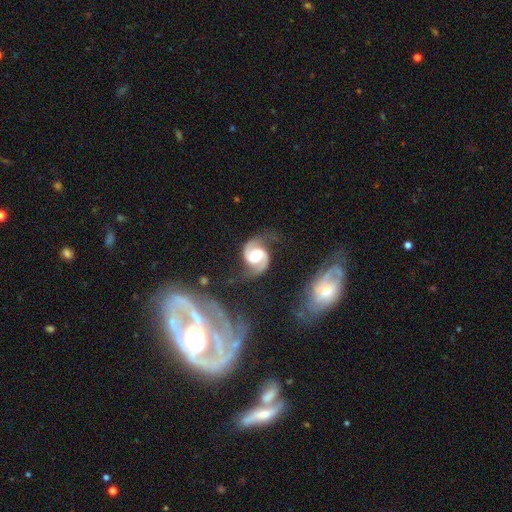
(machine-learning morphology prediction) featured or disk 89%, smooth 6%, star or artifact 5%. Down the decision tree: edge-on disk — no (98%); bar — weak (41%); spiral arms — yes (97%); spiral arm count — 2 (94%); spiral winding — medium (56%); bulge size — moderate (65%); merging — none (73%).